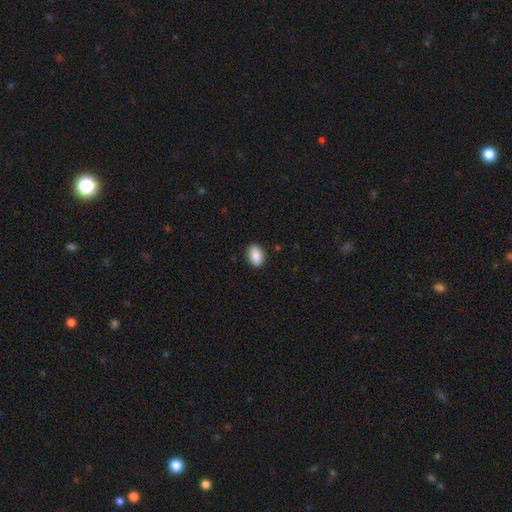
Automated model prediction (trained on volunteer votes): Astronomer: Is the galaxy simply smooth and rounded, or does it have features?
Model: smooth — 87%.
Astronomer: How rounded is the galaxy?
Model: in between — 88%.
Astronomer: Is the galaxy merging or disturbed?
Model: none — 88%.